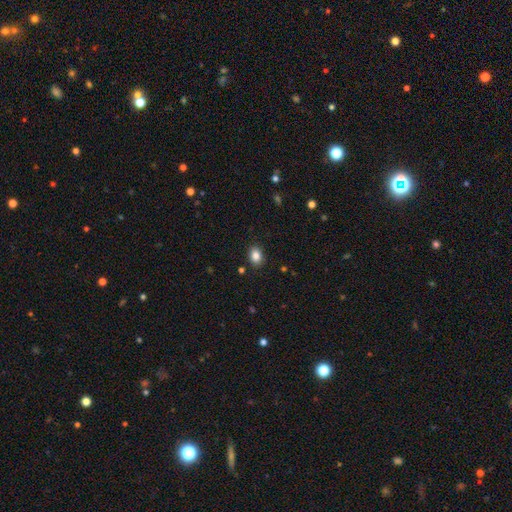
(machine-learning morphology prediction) Smooth or featured: smooth — 85% (star or artifact — 9%)
How rounded: in between — 69% (round — 30%)
Merging: none — 88% (minor disturbance — 8%)